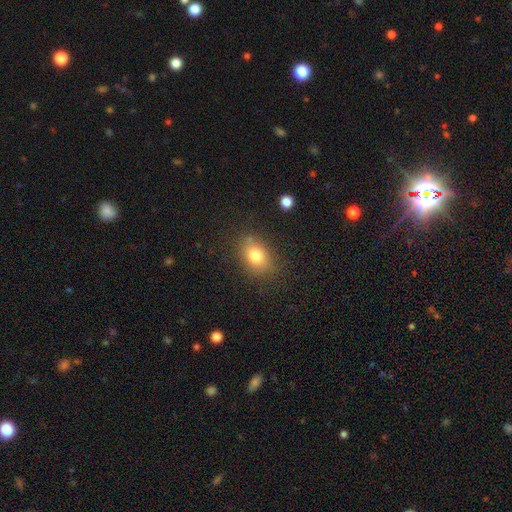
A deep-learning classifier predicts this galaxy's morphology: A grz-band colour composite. It shows a smooth galaxy with no disk features (79%) that is in between round and cigar-shaped (70%). Merging: none (78%).